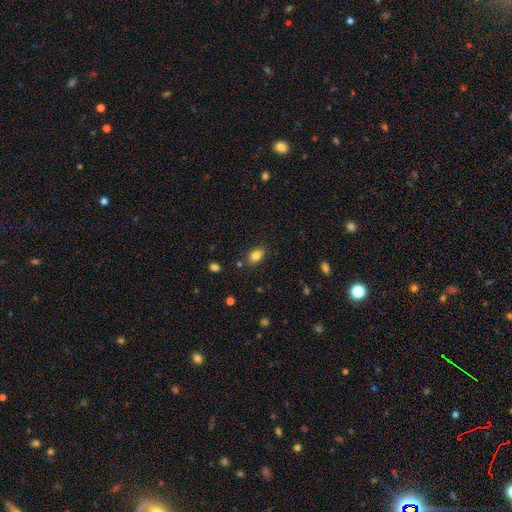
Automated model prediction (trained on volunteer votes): A smooth galaxy with no disk features (81%) that is in between round and cigar-shaped (83%). Merging: none (80%).